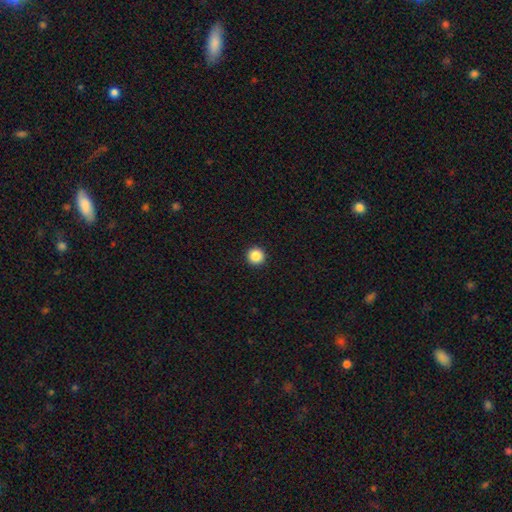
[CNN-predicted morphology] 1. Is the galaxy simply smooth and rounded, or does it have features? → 87% smooth, 10% star or artifact, 3% featured or disk.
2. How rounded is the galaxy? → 96% round, 3% in between, 1% cigar-shaped.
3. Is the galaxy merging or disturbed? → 94% none, 4% minor disturbance, 1% major disturbance, 1% merger.